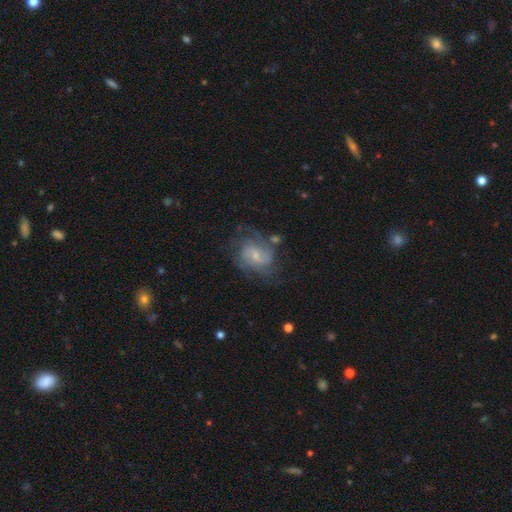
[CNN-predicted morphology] The model was most divided on "spiral arm count" (2-way tie): can't tell: 33%, 2: 33%, 3: 18%, 4: 7%, 1: 5%, more than 4: 4%. Remaining: edge-on disk — no (98%); spiral arms — yes (89%); smooth or featured — featured or disk (77%); bulge size — small (57%); merging — none (57%); bar — weak (54%); spiral winding — medium (45%).